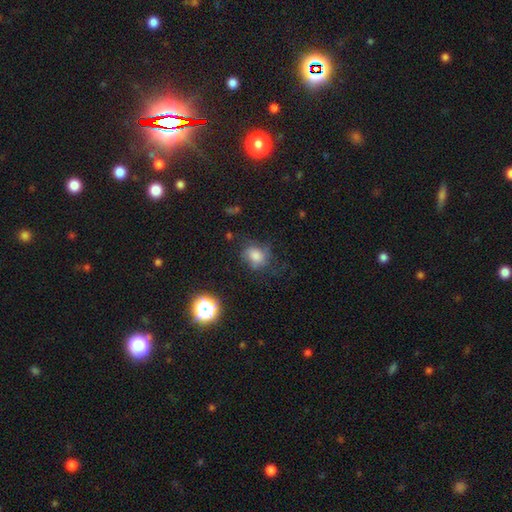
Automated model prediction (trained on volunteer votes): A smooth galaxy with no disk features (68%) that is round (56%). Merging: none (55%).